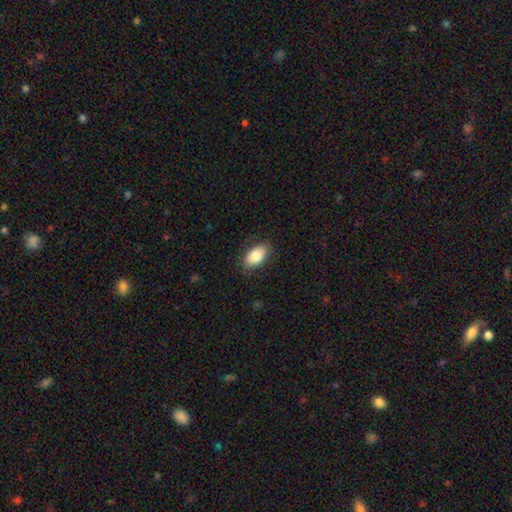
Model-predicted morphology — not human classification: A smooth galaxy with no disk features (82%) that is in between round and cigar-shaped (93%).

Vote fractions:
- Smooth or featured? smooth: 82% / featured or disk: 11% / star or artifact: 7%
- How rounded? in between: 93% / round: 5% / cigar-shaped: 2%
- Merging? none: 84% / minor disturbance: 12% / major disturbance: 3% / merger: 1%